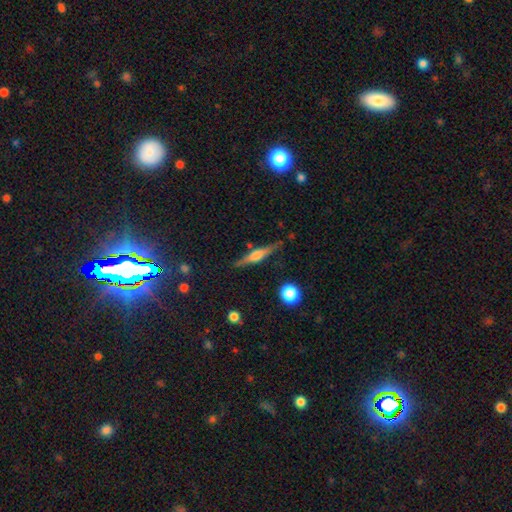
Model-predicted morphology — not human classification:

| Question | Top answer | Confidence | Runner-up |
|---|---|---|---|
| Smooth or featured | featured or disk | 69% | smooth (25%) |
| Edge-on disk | yes | 97% | no (3%) |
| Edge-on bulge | rounded | 80% | boxy (16%) |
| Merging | none | 84% | minor disturbance (11%) |